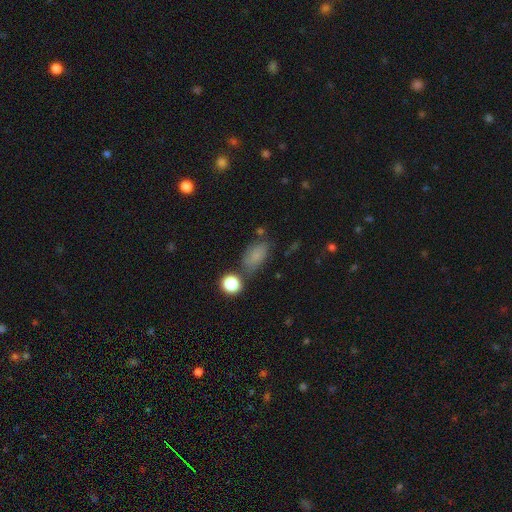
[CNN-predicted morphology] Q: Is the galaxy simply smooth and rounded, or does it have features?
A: smooth — 77%.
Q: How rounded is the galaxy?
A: in between — 86%.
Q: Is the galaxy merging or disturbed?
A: none — 64%.